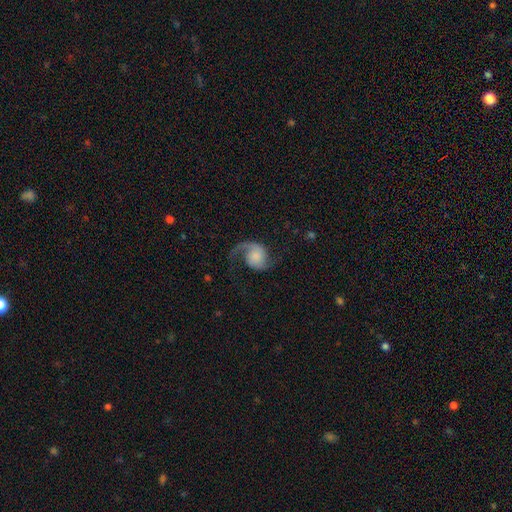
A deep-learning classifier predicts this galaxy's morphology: Smooth or featured? featured or disk (83%)
Edge-on disk? no (98%)
Bar? no (73%)
Spiral arms? yes (97%)
Spiral winding? loose (61%)
Spiral arm count? 2 (86%)
Bulge size? none (31%)
Merging? none (68%)